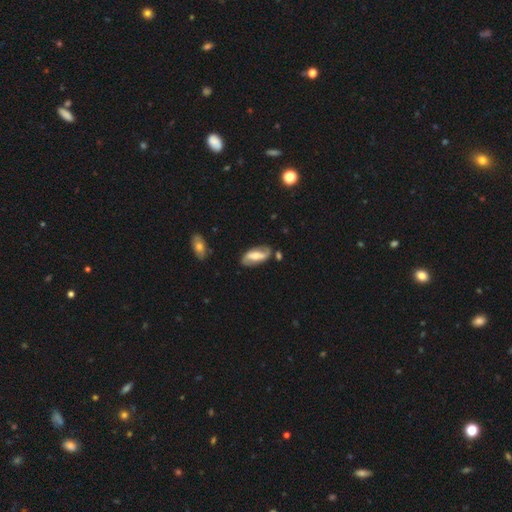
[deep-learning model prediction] Morphology: type=featured or disk (70%); edge-on=no (92%); bar=strong (45%); spiral arms=yes (87%); winding=loose (45%); arm count=2 (88%); bulge=moderate (51%); merging=none (75%).